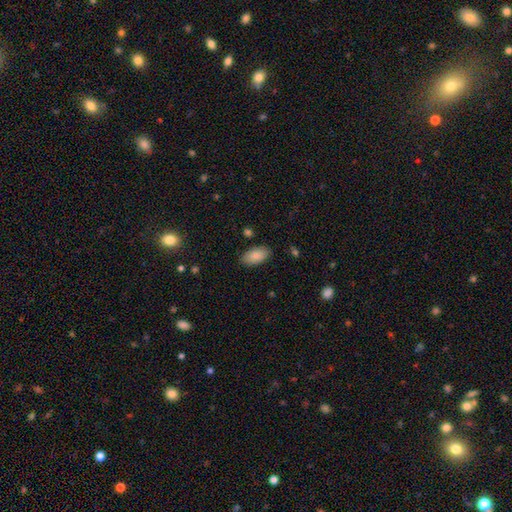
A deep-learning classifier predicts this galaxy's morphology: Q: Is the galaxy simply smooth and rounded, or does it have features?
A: smooth — 88%.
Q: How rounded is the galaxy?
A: in between — 94%.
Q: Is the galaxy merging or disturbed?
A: none — 86%.